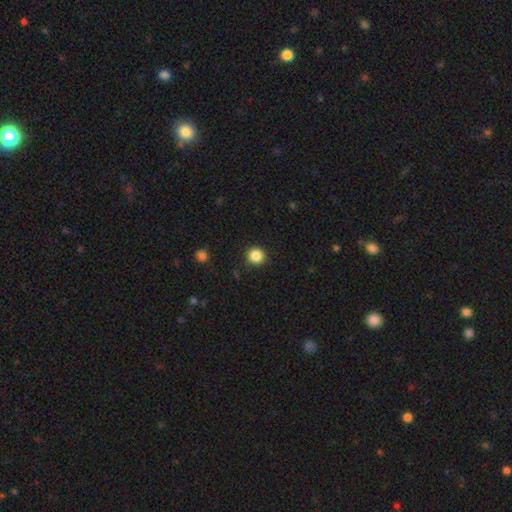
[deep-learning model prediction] This is clearly a smooth galaxy (85%). How rounded: clearly round (93%). Merging: clearly none (88%).